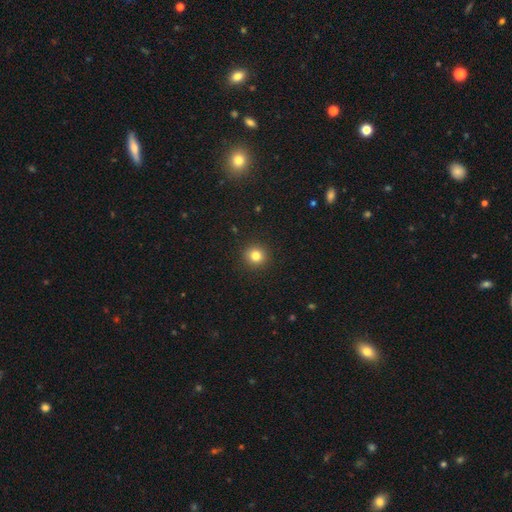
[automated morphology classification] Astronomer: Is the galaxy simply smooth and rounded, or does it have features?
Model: smooth — 81%.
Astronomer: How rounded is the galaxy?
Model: round — 93%.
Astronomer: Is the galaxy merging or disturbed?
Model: none — 92%.